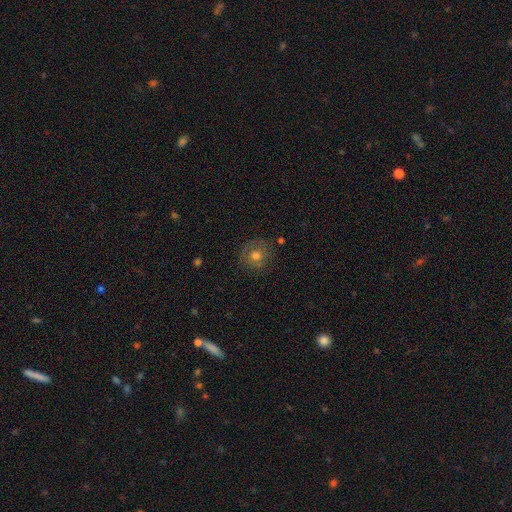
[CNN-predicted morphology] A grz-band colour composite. It shows a smooth galaxy with no disk features (64%) that is round (93%). Merging: none (82%).